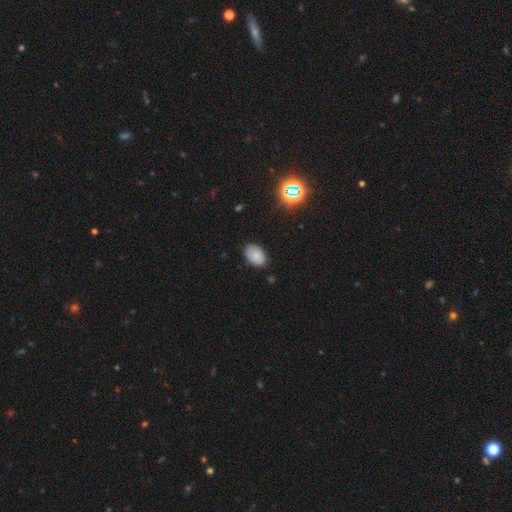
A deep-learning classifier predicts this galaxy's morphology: smooth_or_featured: smooth (p=0.75) [alt: featured or disk p=0.14]
how_rounded: in between (p=0.89) [alt: round p=0.10]
merging: none (p=0.81) [alt: minor disturbance p=0.15]